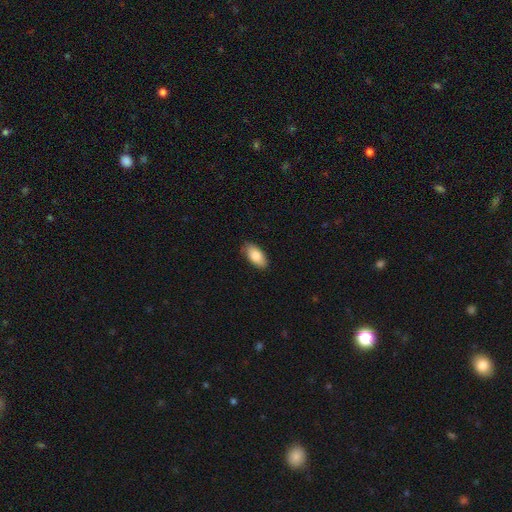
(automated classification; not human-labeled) This appears to be a smooth galaxy with no disk features (84%) that is in between round and cigar-shaped (92%). Merging: none (85%).